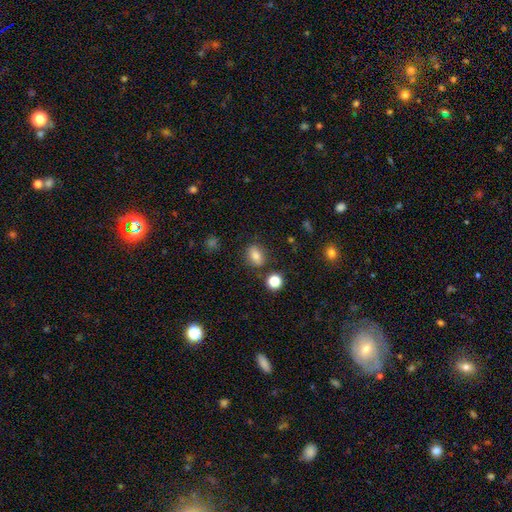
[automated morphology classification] This is likely a smooth galaxy (80%). How rounded: likely in between (69%). Merging: likely none (79%).